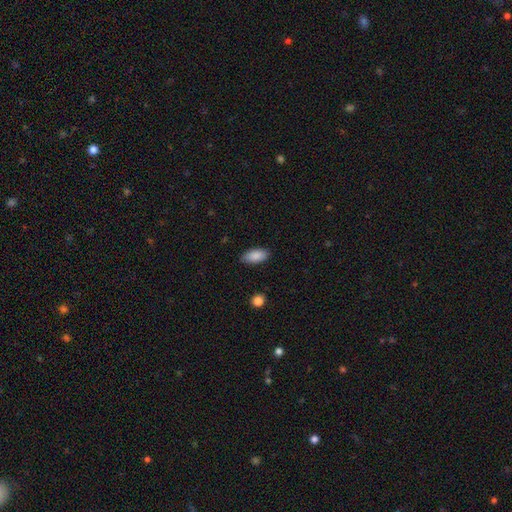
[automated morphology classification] smooth 88%, star or artifact 7%, featured or disk 5%. Down the decision tree: how rounded — in between (91%); merging — none (85%).